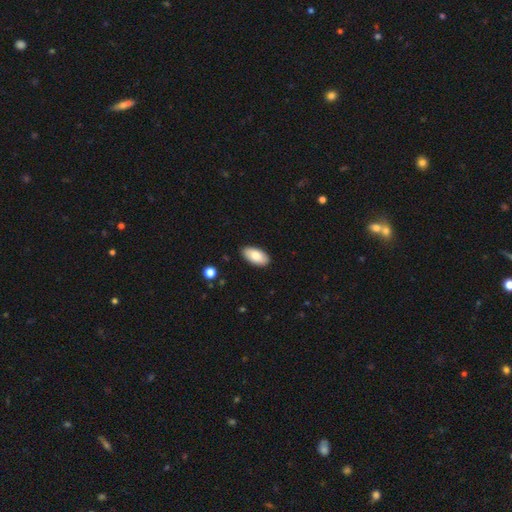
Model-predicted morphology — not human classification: This appears to be a smooth galaxy with no disk features (83%) that is in between round and cigar-shaped (94%). Merging: none (89%).